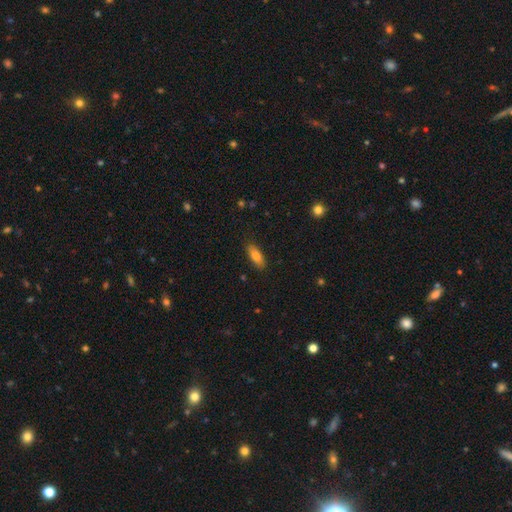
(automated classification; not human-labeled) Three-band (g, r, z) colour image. It shows a smooth galaxy with no disk features (82%) that is in between round and cigar-shaped (77%). Merging: none (84%).